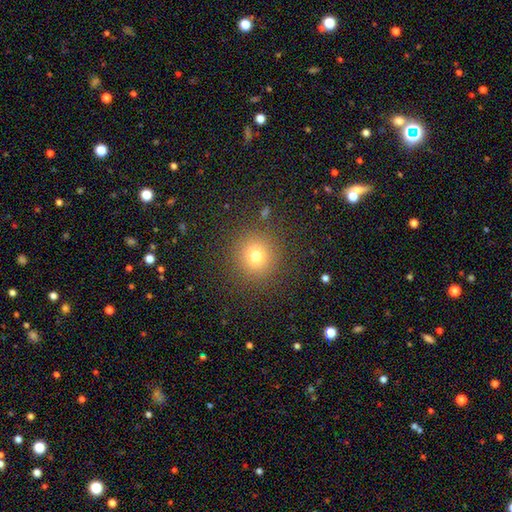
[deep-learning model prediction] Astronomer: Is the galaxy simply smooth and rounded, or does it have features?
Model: smooth — 74%.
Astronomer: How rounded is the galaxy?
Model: round — 94%.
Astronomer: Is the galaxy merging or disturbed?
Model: none — 89%.